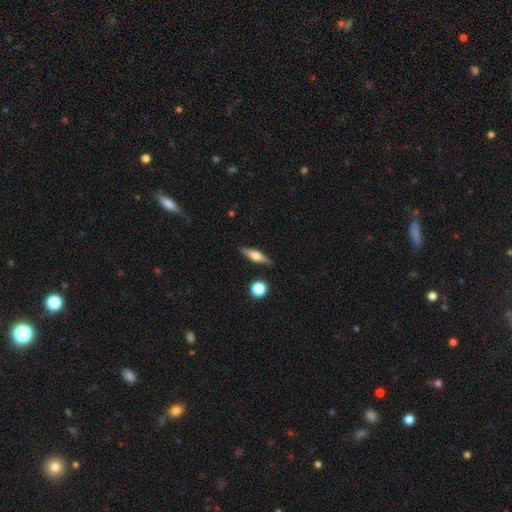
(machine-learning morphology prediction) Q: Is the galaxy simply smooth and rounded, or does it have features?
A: smooth — 51%.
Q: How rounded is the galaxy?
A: cigar-shaped — 60%.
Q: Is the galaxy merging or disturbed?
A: none — 86%.